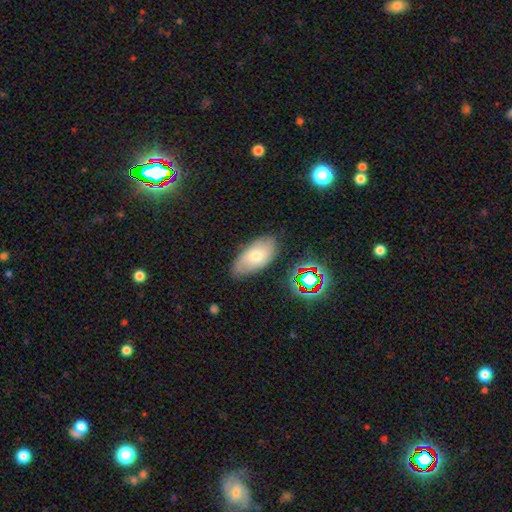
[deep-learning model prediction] Q: Smooth or featured?
A: smooth (64%); runner-up: featured or disk (26%)
Q: How rounded?
A: in between (93%); runner-up: round (4%)
Q: Merging?
A: none (76%); runner-up: minor disturbance (18%)